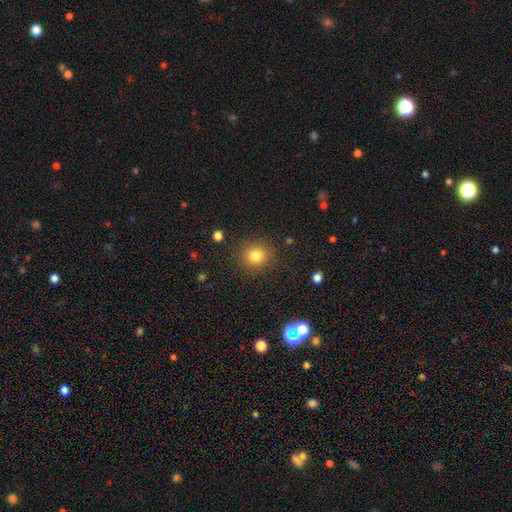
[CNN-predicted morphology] This is clearly a smooth galaxy (80%). How rounded: clearly round (91%). Merging: clearly none (88%).